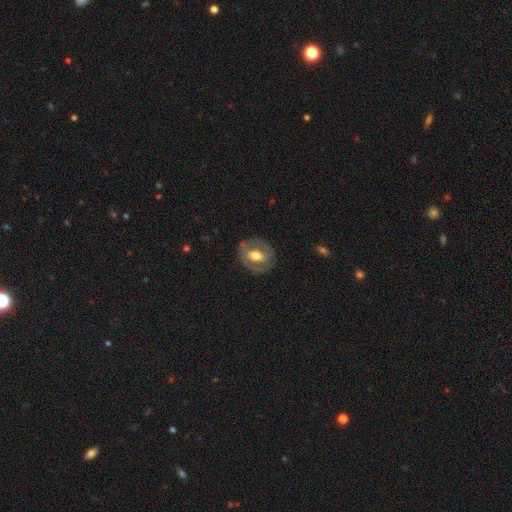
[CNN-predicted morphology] Q: Smooth or featured?
A: featured or disk (53%); runner-up: smooth (40%)
Q: Edge-on disk?
A: no (93%); runner-up: yes (7%)
Q: Merging?
A: none (77%); runner-up: minor disturbance (15%)